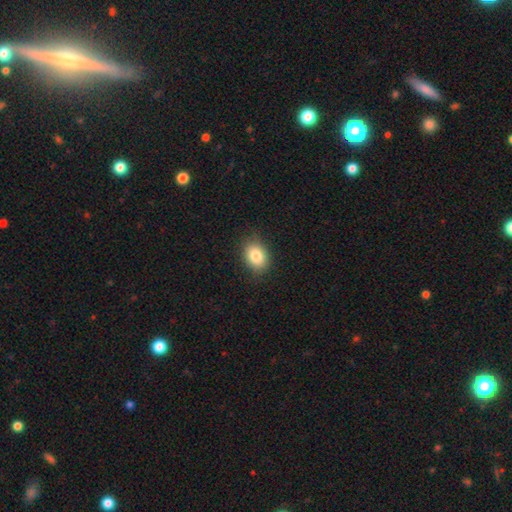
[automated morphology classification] Q: Smooth or featured?
A: smooth (83%); runner-up: star or artifact (9%)
Q: How rounded?
A: in between (68%); runner-up: round (31%)
Q: Merging?
A: none (84%); runner-up: minor disturbance (12%)